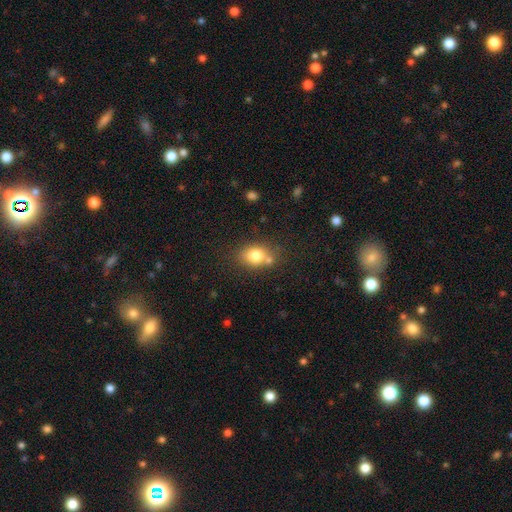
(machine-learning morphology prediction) This appears to be a smooth galaxy with no disk features (79%) that is in between round and cigar-shaped (56%). Merging: none (63%).